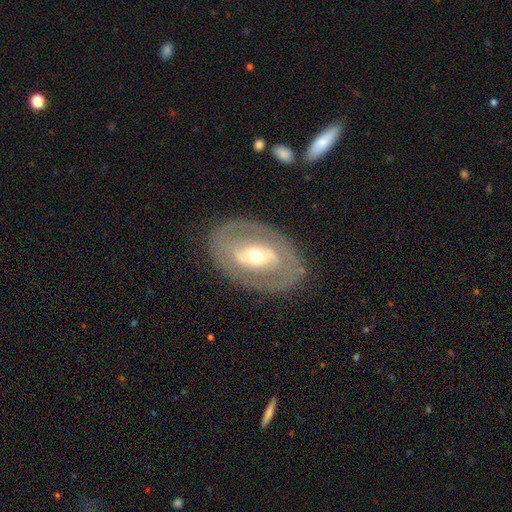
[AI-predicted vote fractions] A featured or disk galaxy (69%) with no bar (42%), no spiral arms (63%) and a moderate central bulge (59%).

Vote fractions:
- Smooth or featured? featured or disk: 69% / smooth: 25% / star or artifact: 6%
- Edge-on disk? no: 92% / yes: 8%
- Bar? no: 42% / weak: 32% / strong: 27%
- Spiral arms? no: 63% / yes: 37%
- Bulge size? moderate: 59% / small: 32% / large: 7% / dominant: 1% / none: 1%
- Merging? none: 81% / minor disturbance: 11% / major disturbance: 6% / merger: 1%